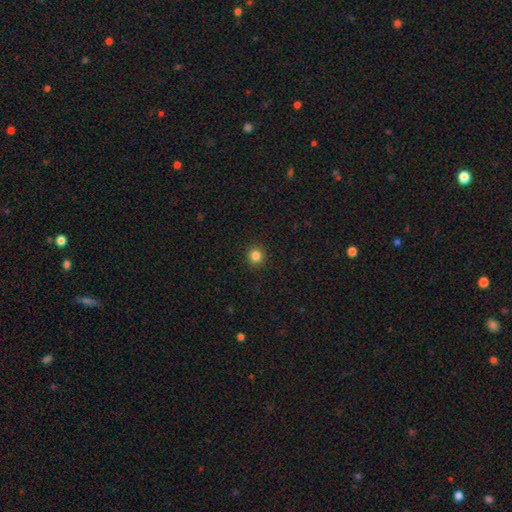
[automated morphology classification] Smooth or featured? smooth (84%)
How rounded? round (92%)
Merging? none (92%)